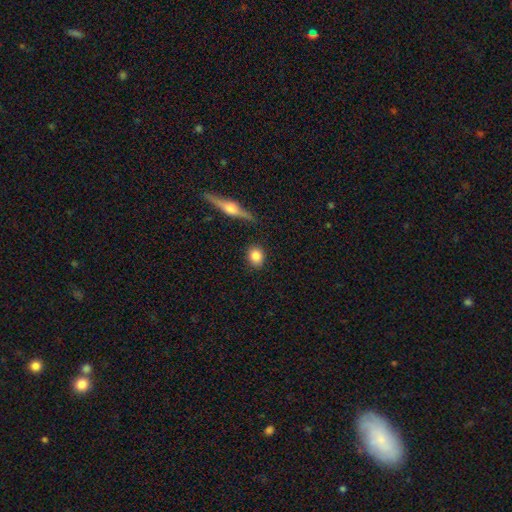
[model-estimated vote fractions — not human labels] A smooth galaxy with no disk features (82%) that is round (64%).

Vote fractions:
- Smooth or featured? smooth: 82% / featured or disk: 10% / star or artifact: 7%
- How rounded? round: 64% / in between: 32% / cigar-shaped: 3%
- Merging? none: 86% / minor disturbance: 9% / merger: 3% / major disturbance: 2%